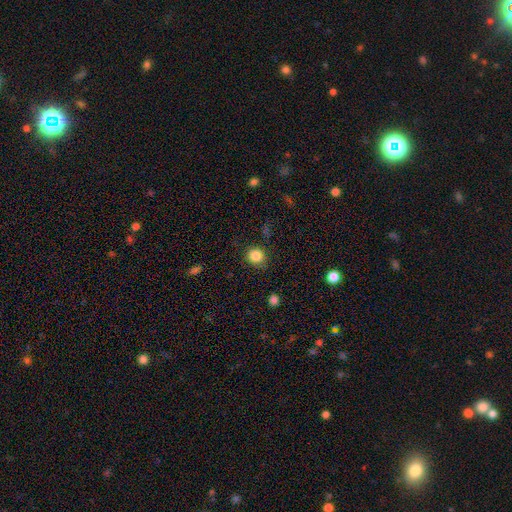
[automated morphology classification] smooth-or-featured: smooth: 85% | star or artifact: 11% | featured or disk: 4%
  how-rounded: round: 89% | in between: 10% | cigar-shaped: 1%
  merging: none: 85% | minor disturbance: 10% | major disturbance: 3% | merger: 1%